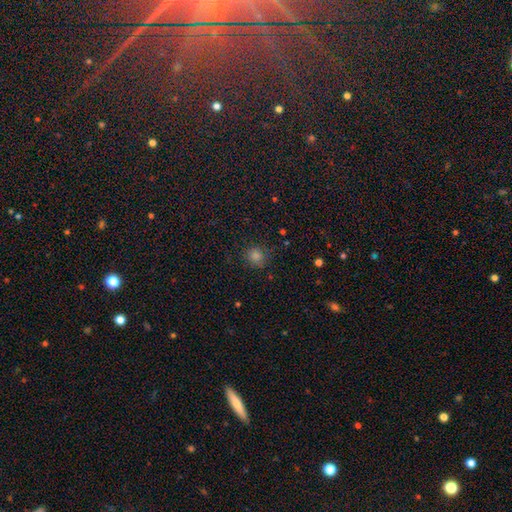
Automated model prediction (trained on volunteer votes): smooth 76%, star or artifact 20%, featured or disk 5%. Down the decision tree: how rounded — round (89%); merging — none (84%).